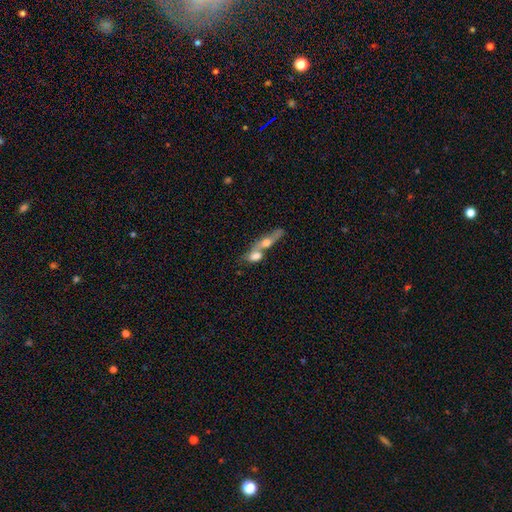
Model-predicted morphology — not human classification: The model was most divided on "smooth or featured": smooth: 59%, featured or disk: 32%, star or artifact: 9%. More confident: merging — merger (72%); how rounded — in between (57%).